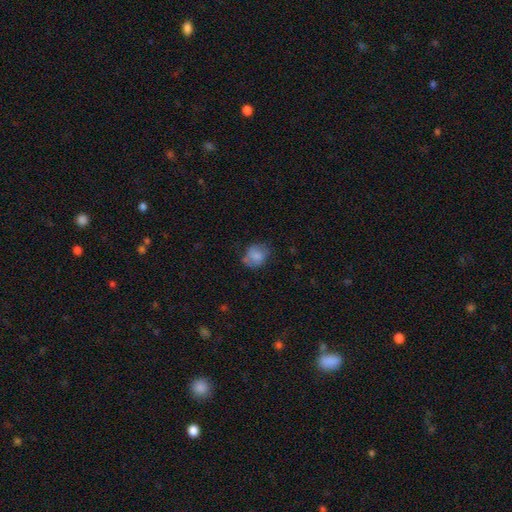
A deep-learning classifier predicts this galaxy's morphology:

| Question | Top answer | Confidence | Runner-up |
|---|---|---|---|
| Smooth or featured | smooth | 72% | featured or disk (20%) |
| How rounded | round | 55% | in between (44%) |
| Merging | none | 55% | minor disturbance (30%) |